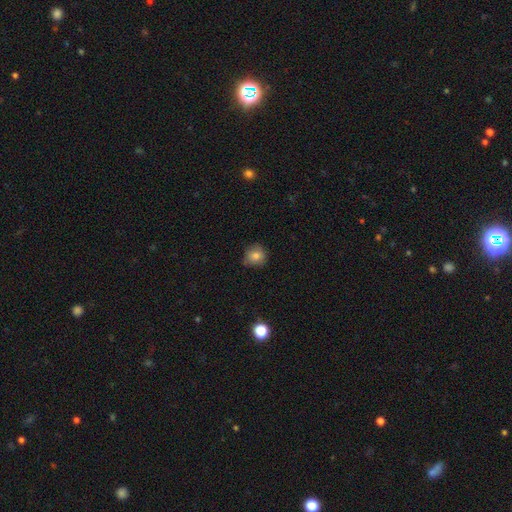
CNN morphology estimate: Smooth or featured? Predicted: smooth (p=0.80). How rounded? Predicted: round (p=0.87). Merging? Predicted: none (p=0.75).